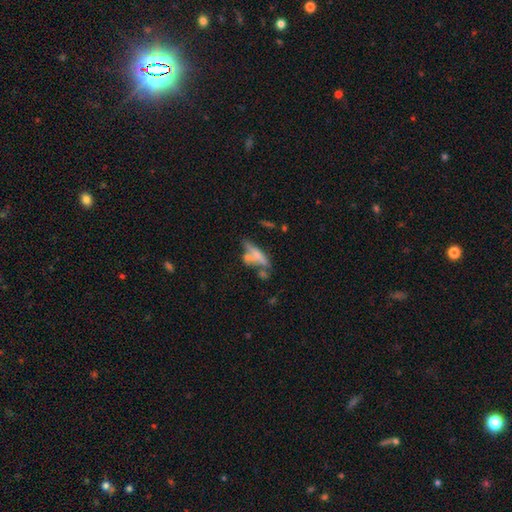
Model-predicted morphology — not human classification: smooth_or_featured: smooth (p=0.48) [alt: featured or disk p=0.42]
merging: none (p=0.39) [alt: merger p=0.34]